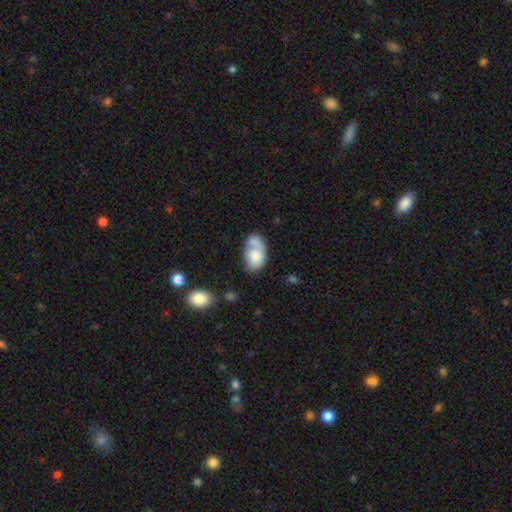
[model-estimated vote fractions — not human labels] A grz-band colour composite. It shows a smooth galaxy with no disk features (66%) that is in between round and cigar-shaped (86%). Merging: merger (38%).